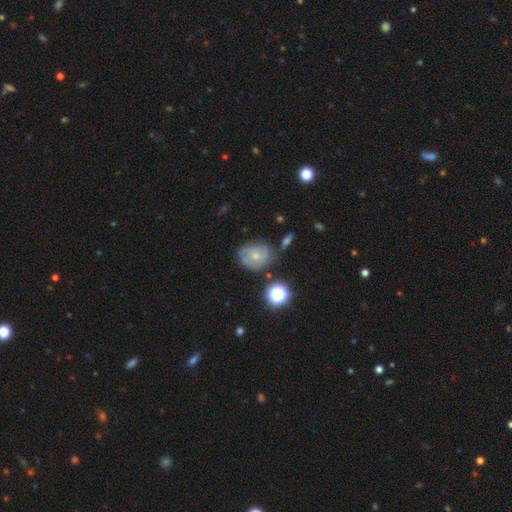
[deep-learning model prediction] Overall: featured or disk (54%; smooth 34%). Edge-on disk: no (97%). Bar: no (77%). Spiral arms: yes (76%). Bulge size: small (54%; moderate 37%). Merging: none (57%; minor disturbance 25%).